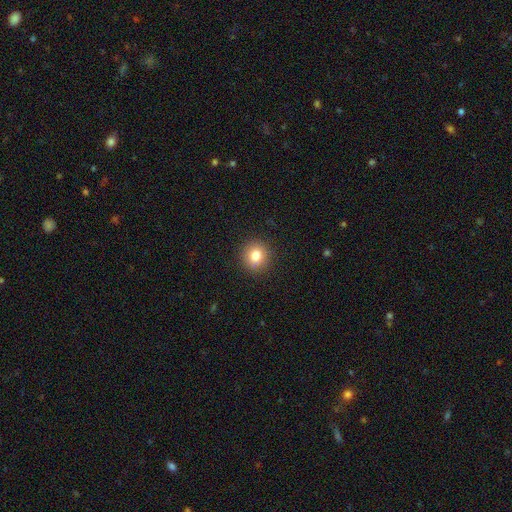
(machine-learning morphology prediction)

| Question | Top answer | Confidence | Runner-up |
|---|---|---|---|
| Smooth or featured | smooth | 81% | star or artifact (11%) |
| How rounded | round | 88% | in between (12%) |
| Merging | none | 91% | minor disturbance (6%) |